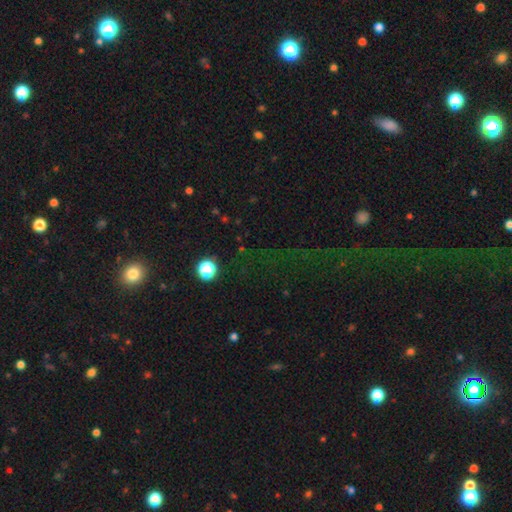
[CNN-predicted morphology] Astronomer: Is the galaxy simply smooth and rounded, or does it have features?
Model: star or artifact — 64%.